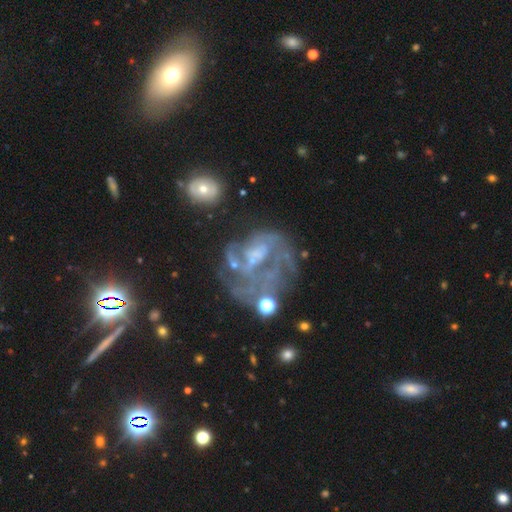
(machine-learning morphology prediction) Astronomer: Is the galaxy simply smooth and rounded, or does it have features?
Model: featured or disk — 72%.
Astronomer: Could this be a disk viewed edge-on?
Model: no — 98%.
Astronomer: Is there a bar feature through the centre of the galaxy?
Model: no — 65%.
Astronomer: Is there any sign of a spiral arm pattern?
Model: yes — 53% (runner-up: no, 47%).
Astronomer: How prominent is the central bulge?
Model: none — 47% (runner-up: small, 28%).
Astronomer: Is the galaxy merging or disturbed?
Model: major disturbance — 37% (runner-up: none, 35%).